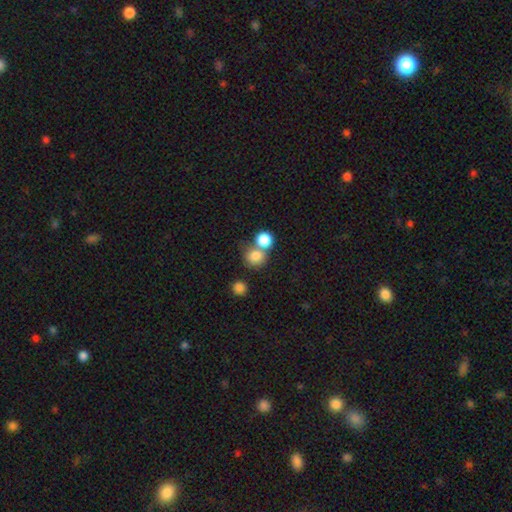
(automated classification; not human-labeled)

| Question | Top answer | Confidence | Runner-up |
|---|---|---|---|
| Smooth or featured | smooth | 81% | star or artifact (11%) |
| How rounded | round | 82% | in between (17%) |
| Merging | none | 48% | merger (41%) |